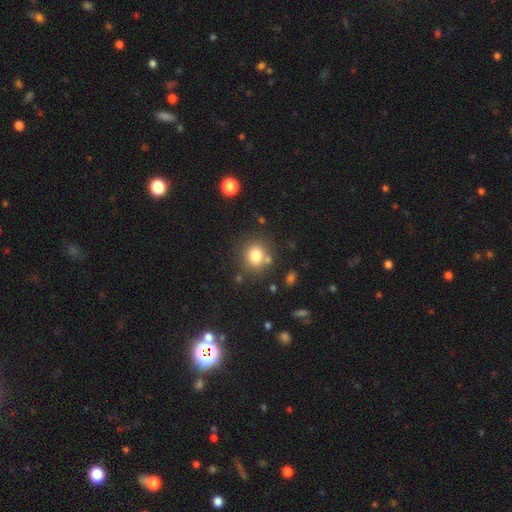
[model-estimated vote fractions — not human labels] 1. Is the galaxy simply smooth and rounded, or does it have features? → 79% smooth, 12% star or artifact, 8% featured or disk.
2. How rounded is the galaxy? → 76% round, 23% in between, 1% cigar-shaped.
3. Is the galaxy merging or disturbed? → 75% none, 11% minor disturbance, 10% merger, 4% major disturbance.